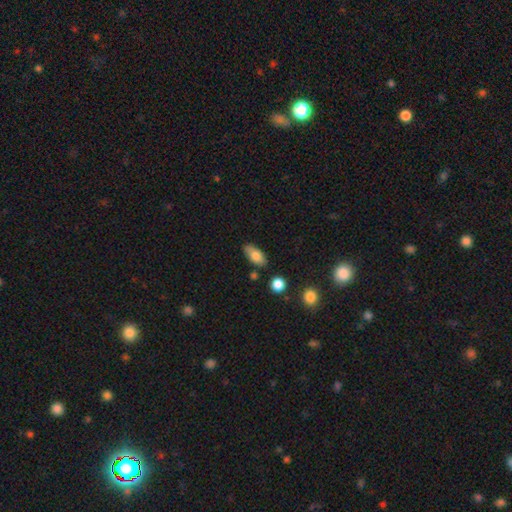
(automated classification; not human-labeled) Smooth or featured? smooth (80%)
How rounded? in between (88%)
Merging? none (79%)